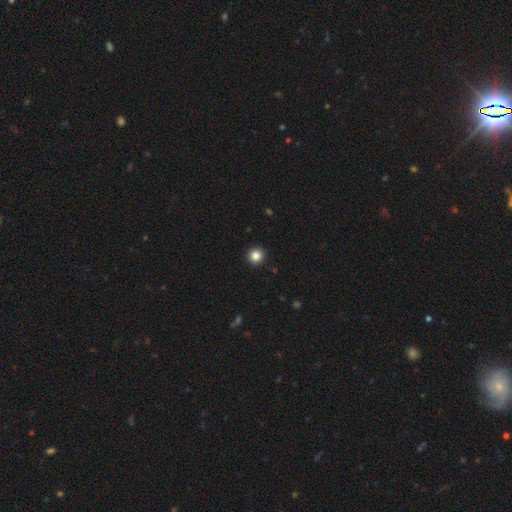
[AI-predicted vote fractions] smooth 85%, star or artifact 11%, featured or disk 4%. Down the decision tree: how rounded — round (95%); merging — none (94%).